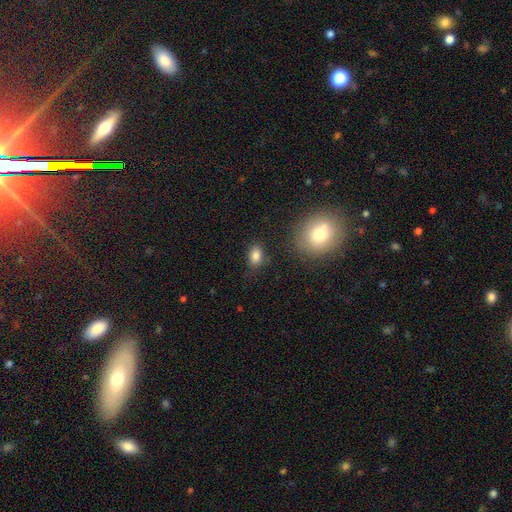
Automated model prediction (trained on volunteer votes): This is clearly a smooth galaxy (83%). How rounded: clearly in between (83%). Merging: clearly none (80%).